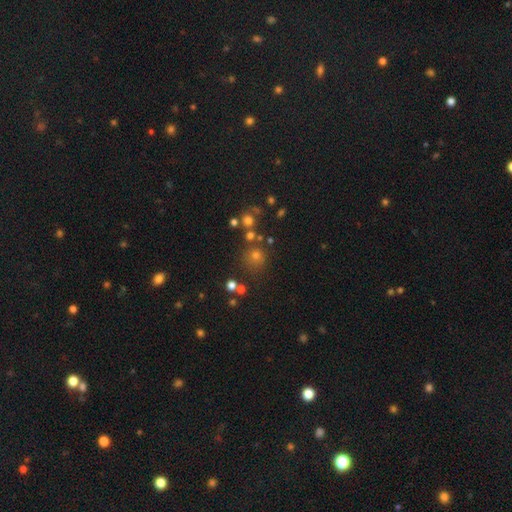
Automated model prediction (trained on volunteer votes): smooth 63%, star or artifact 29%, featured or disk 9%. Down the decision tree: how rounded — round (91%); merging — none (76%).